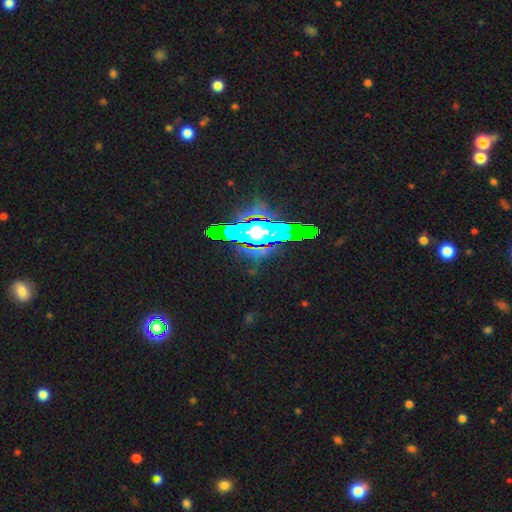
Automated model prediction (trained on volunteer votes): Smooth or featured? Predicted: star or artifact (p=0.41).